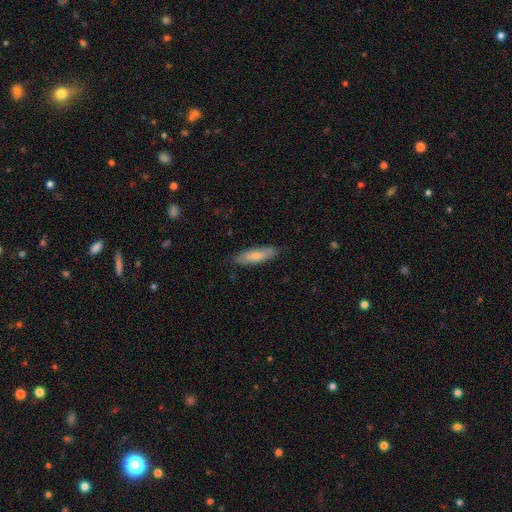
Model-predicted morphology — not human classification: A smooth galaxy with no disk features (73%) that is cigar-shaped (60%). Merging: none (79%).